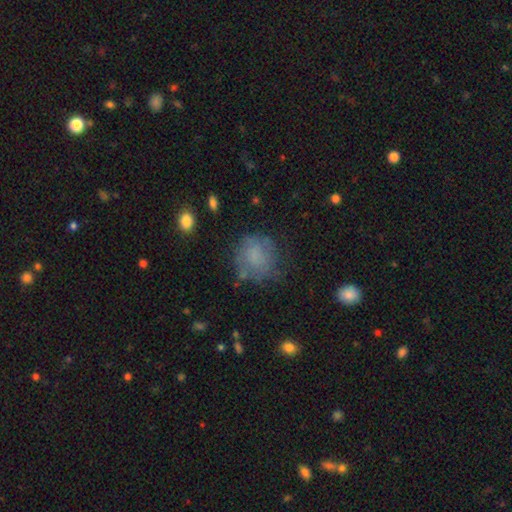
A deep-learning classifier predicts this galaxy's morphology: Q: Smooth or featured?
A: smooth (66%); runner-up: featured or disk (22%)
Q: How rounded?
A: round (82%); runner-up: in between (17%)
Q: Merging?
A: none (62%); runner-up: minor disturbance (23%)